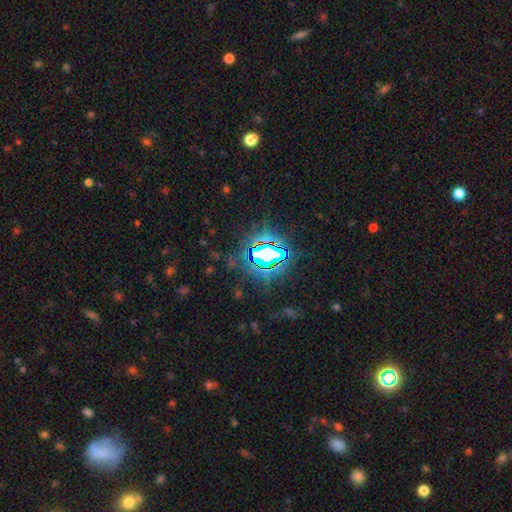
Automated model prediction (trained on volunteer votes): Smooth or featured? Predicted: star or artifact (p=0.81).